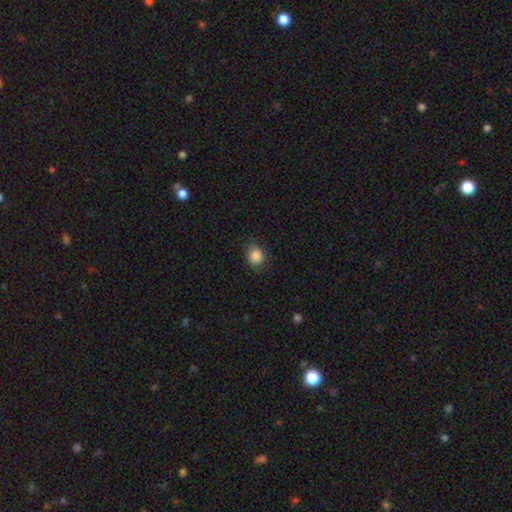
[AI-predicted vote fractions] The model was most divided on "how rounded": round: 72%, in between: 27%, cigar-shaped: 1%. More confident: smooth or featured — smooth (86%); merging — none (80%).